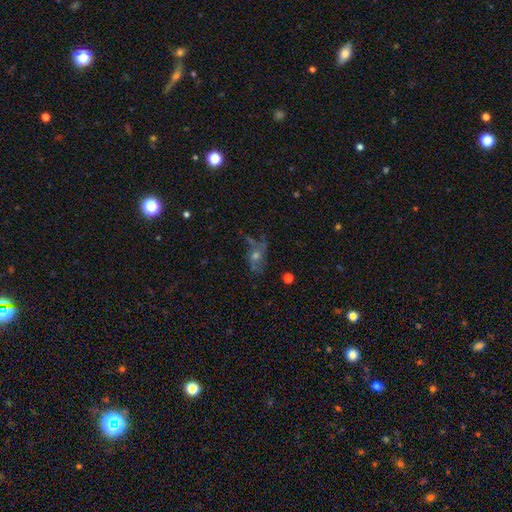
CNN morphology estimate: Smooth or featured?
  - featured or disk: 44% *
  - smooth: 29%
  - star or artifact: 28%
Merging?
  - none: 49% *
  - major disturbance: 25%
  - minor disturbance: 21%
  - merger: 5%